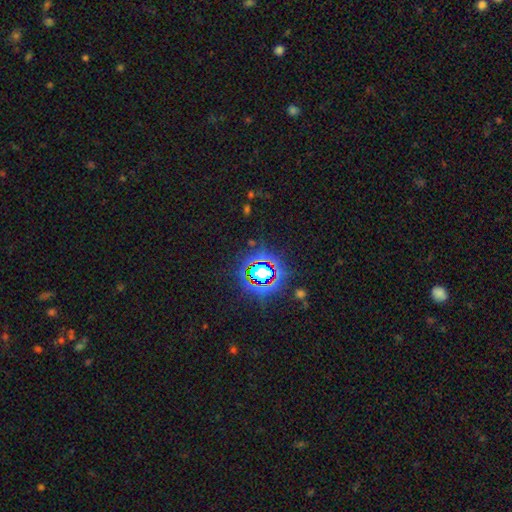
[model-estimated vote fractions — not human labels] Smooth or featured? Predicted: star or artifact (p=0.82).